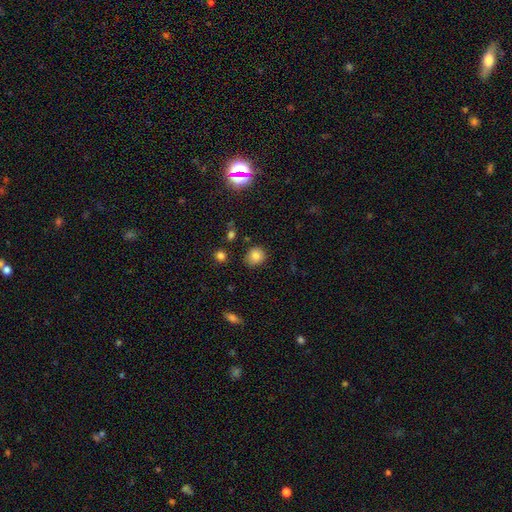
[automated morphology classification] A smooth galaxy with no disk features (82%) that is round (75%). Merging: none (81%).